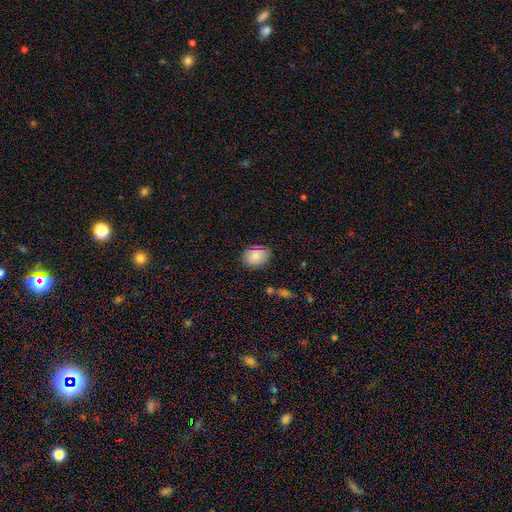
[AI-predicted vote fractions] A smooth galaxy with no disk features (80%) that is in between round and cigar-shaped (66%).

Vote fractions:
- Smooth or featured? smooth: 80% / featured or disk: 11% / star or artifact: 9%
- How rounded? in between: 66% / round: 33% / cigar-shaped: 1%
- Merging? none: 81% / minor disturbance: 14% / major disturbance: 3% / merger: 2%